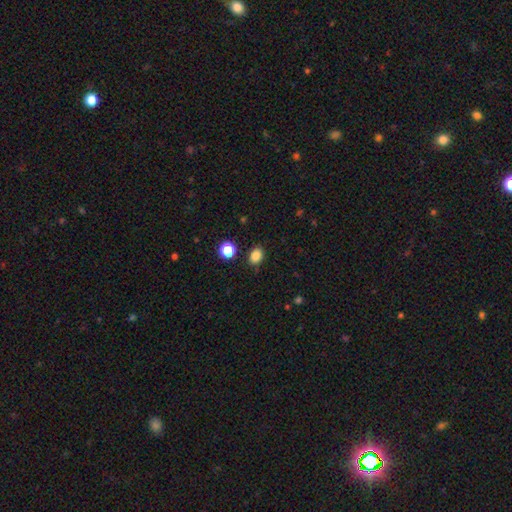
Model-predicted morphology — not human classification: A smooth galaxy with no disk features (85%) that is in between round and cigar-shaped (62%).

Vote fractions:
- Smooth or featured? smooth: 85% / star or artifact: 11% / featured or disk: 4%
- How rounded? in between: 62% / round: 36% / cigar-shaped: 1%
- Merging? none: 85% / minor disturbance: 9% / merger: 3% / major disturbance: 3%